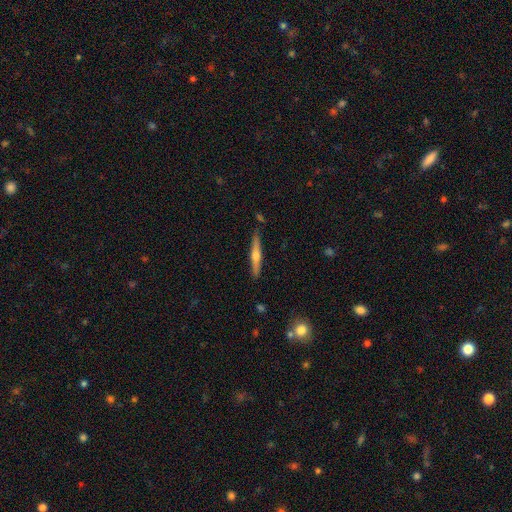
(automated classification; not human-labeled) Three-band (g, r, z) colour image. It shows a featured or disk galaxy (62%) viewed edge-on (97%) with a rounded central bulge (90%). Merging: none (87%).